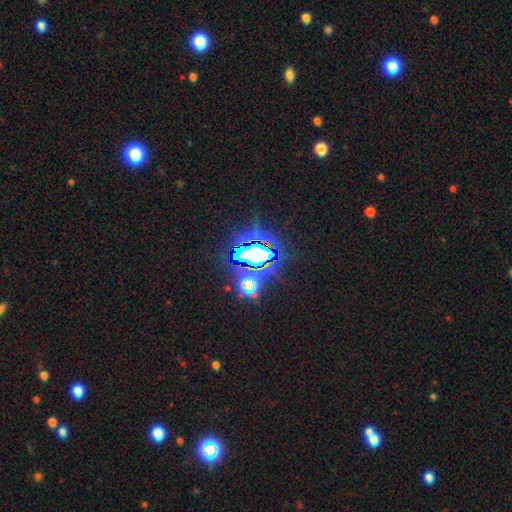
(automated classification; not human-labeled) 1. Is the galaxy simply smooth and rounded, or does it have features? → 77% star or artifact, 13% smooth, 10% featured or disk.